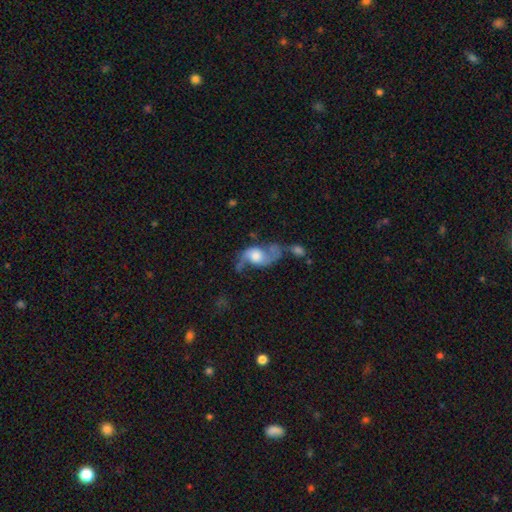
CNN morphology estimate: This is likely a featured or disk galaxy (72%). It is clearly not viewed edge-on (95%). Bar: likely no (67%). Spiral arm pattern: clearly yes (89%). Spiral arm count: clearly 2 (88%). Spiral winding: likely loose (77%). Central bulge: marginally large (42%). Merging: marginally none (33%).